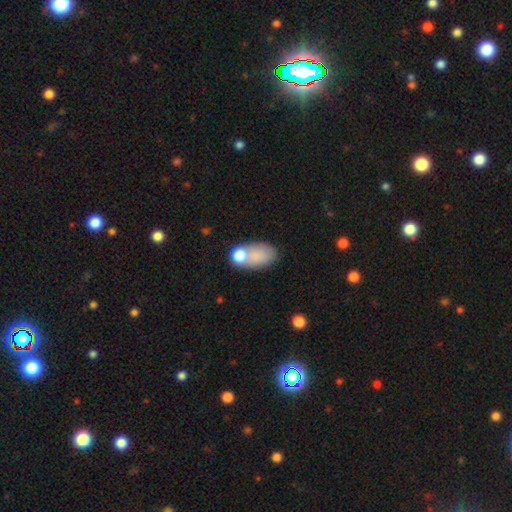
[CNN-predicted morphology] A smooth galaxy with no disk features (75%) that is in between round and cigar-shaped (88%). Merging: none (44%).